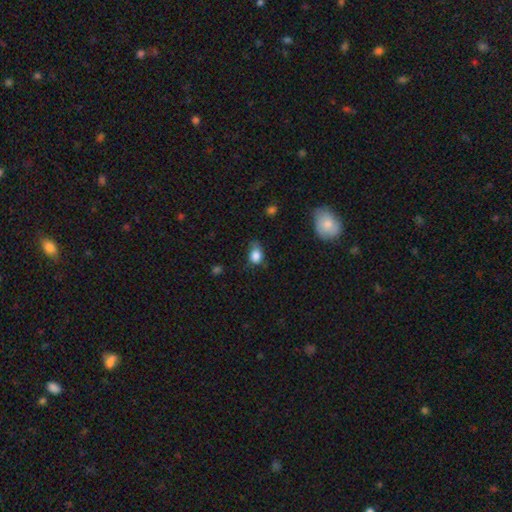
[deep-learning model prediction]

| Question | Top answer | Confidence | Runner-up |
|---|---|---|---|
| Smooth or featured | smooth | 83% | star or artifact (9%) |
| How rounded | in between | 69% | round (29%) |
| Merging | none | 42% | minor disturbance (40%) |